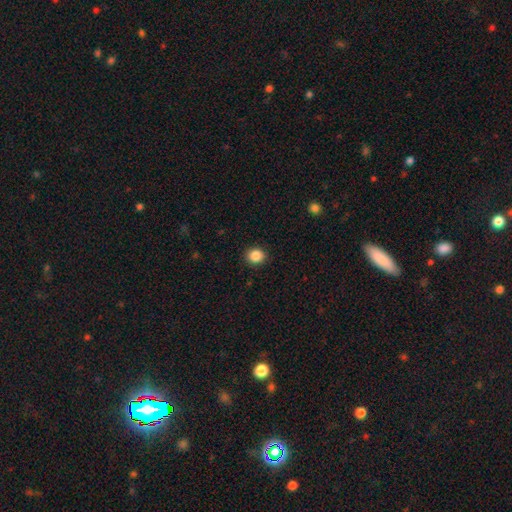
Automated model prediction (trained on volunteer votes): The model was most divided on "how rounded": round: 79%, in between: 20%, cigar-shaped: 1%. More confident: merging — none (90%); smooth or featured — smooth (87%).